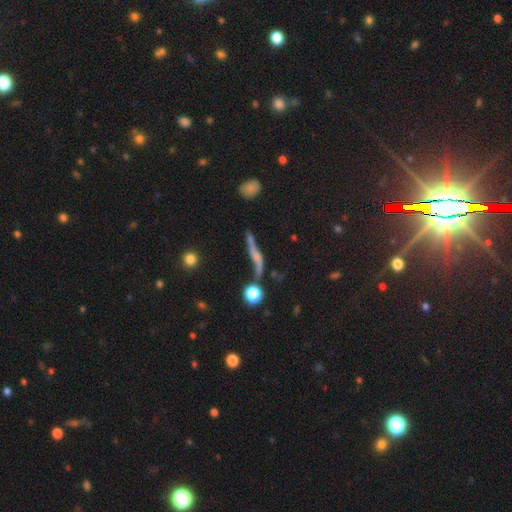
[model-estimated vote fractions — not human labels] The model was most divided on "edge-on disk": yes: 53%, no: 47%. Remaining: smooth or featured — featured or disk (56%); merging — none (47%).